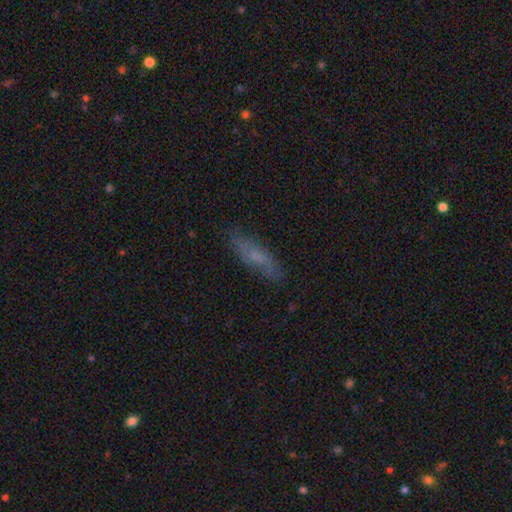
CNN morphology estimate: Smooth or featured? Predicted: smooth (p=0.57). How rounded? Predicted: cigar-shaped (p=0.62). Merging? Predicted: none (p=0.78).